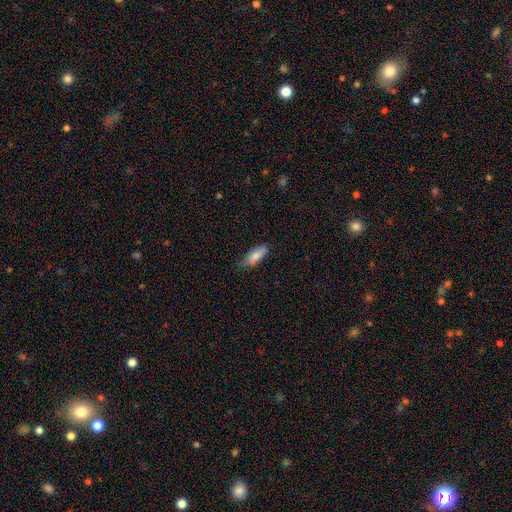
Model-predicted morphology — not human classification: Smooth or featured: smooth — 82% (featured or disk — 12%)
How rounded: in between — 65% (cigar-shaped — 33%)
Merging: none — 66% (minor disturbance — 27%)